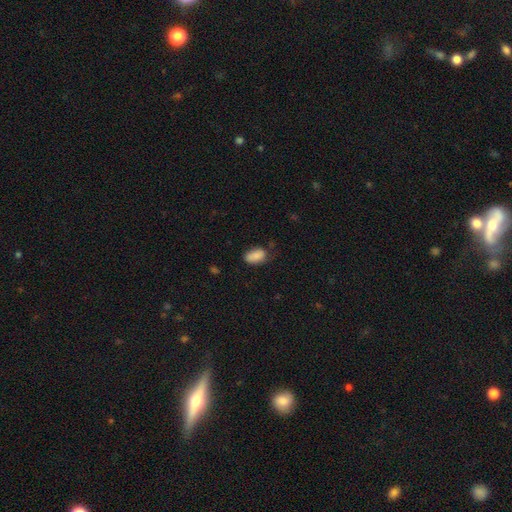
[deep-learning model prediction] A smooth galaxy with no disk features (86%) that is in between round and cigar-shaped (92%).

Vote fractions:
- Smooth or featured? smooth: 86% / star or artifact: 7% / featured or disk: 7%
- How rounded? in between: 92% / round: 5% / cigar-shaped: 2%
- Merging? none: 59% / minor disturbance: 31% / major disturbance: 8% / merger: 2%